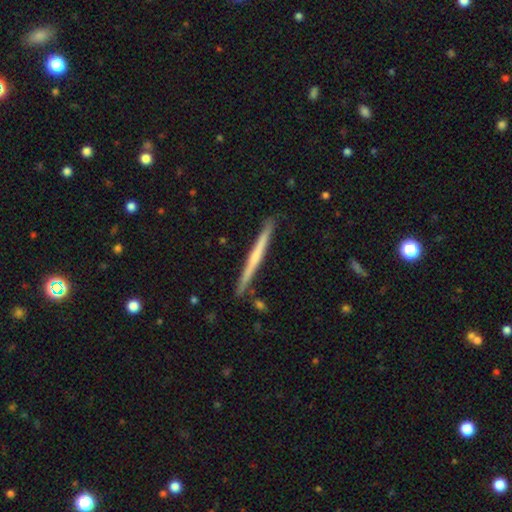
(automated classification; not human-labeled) Q: Smooth or featured?
A: featured or disk (56%); runner-up: smooth (38%)
Q: Edge-on disk?
A: yes (98%); runner-up: no (2%)
Q: Edge-on bulge?
A: none (70%); runner-up: rounded (23%)
Q: Merging?
A: none (90%); runner-up: minor disturbance (7%)